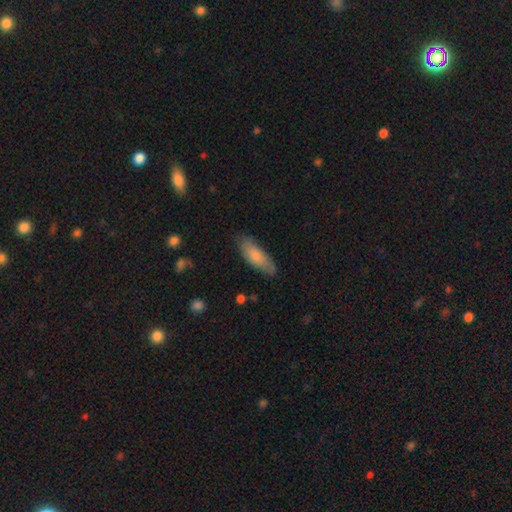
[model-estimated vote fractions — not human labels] The model was most divided on "how rounded": in between: 64%, cigar-shaped: 34%, round: 2%. More confident: smooth or featured — smooth (78%); merging — none (76%).